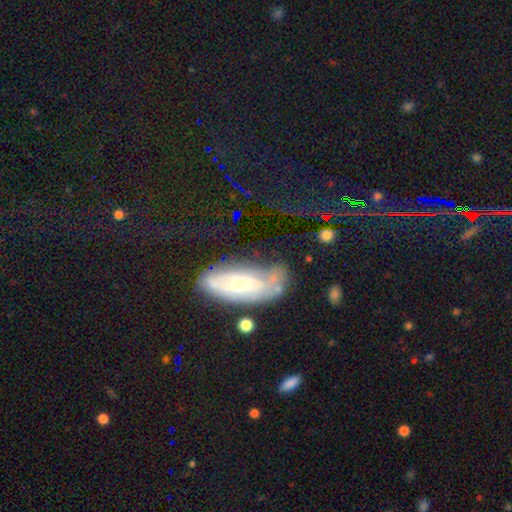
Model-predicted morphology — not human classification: smooth_or_featured: featured or disk (p=0.35) [alt: star or artifact p=0.34]
merging: none (p=0.58) [alt: minor disturbance p=0.23]